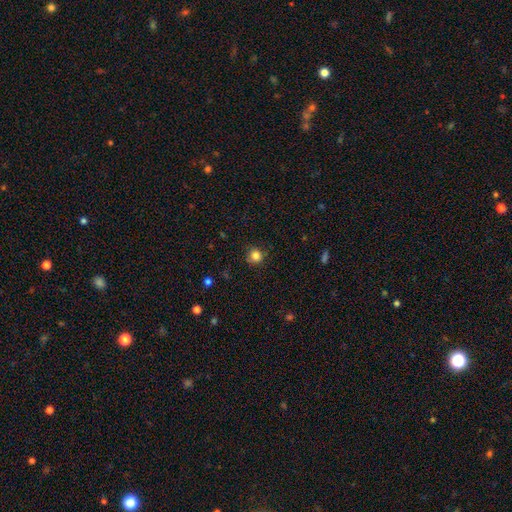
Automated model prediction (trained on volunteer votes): Morphology: type=smooth (83%); roundness=round (90%); merging=none (84%).